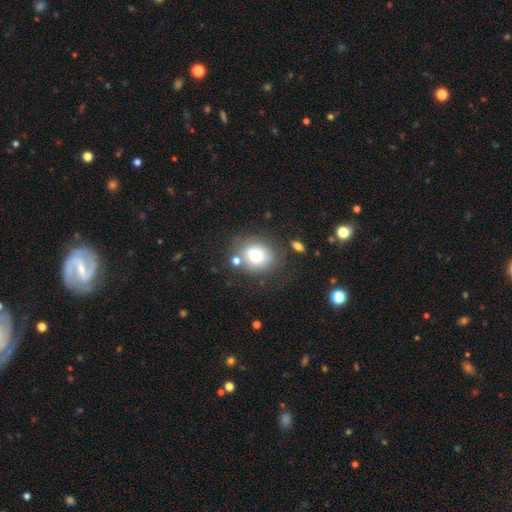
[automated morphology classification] Q: Smooth or featured?
A: smooth (71%); runner-up: featured or disk (19%)
Q: How rounded?
A: round (67%); runner-up: in between (32%)
Q: Merging?
A: none (63%); runner-up: minor disturbance (18%)